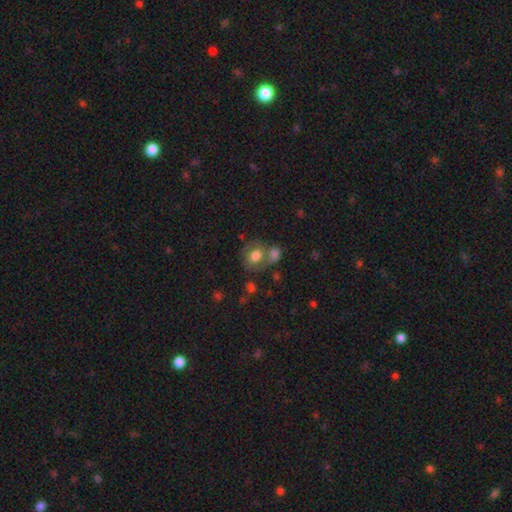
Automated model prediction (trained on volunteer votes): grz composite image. It shows a smooth galaxy with no disk features (65%) that is round (50%). Merging: none (44%).